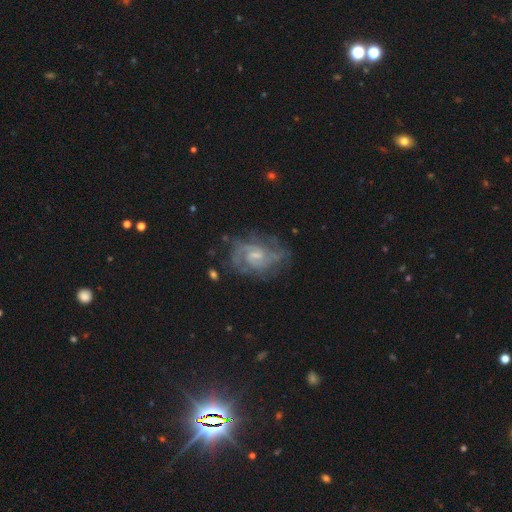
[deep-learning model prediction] This is clearly a featured or disk galaxy (84%). It is clearly not viewed edge-on (97%). Bar: possibly weak (52%). Spiral arm pattern: clearly yes (94%). Spiral arm count: possibly 2 (49%). Spiral winding: possibly medium (45%). Central bulge: possibly small (47%). Merging: likely none (66%).